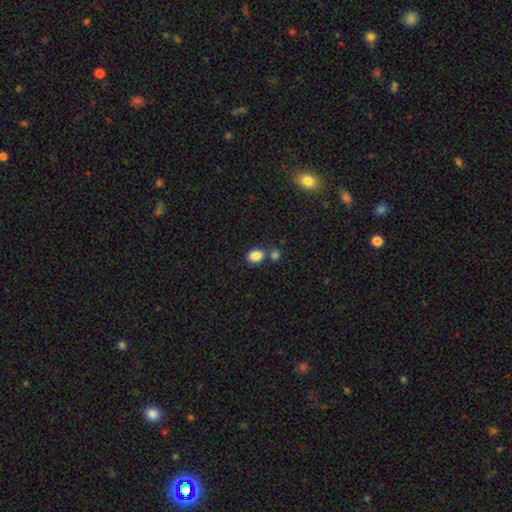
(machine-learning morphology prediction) Smooth or featured? Predicted: smooth (p=0.85). How rounded? Predicted: in between (p=0.72). Merging? Predicted: none (p=0.62).